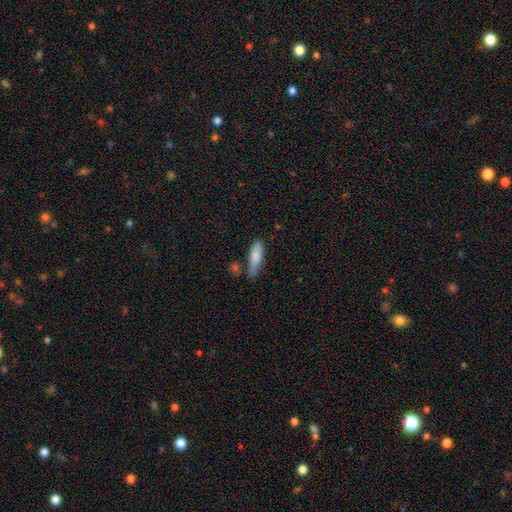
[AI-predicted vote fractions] This appears to be a smooth galaxy with no disk features (82%) that is cigar-shaped (55%). Merging: none (59%).